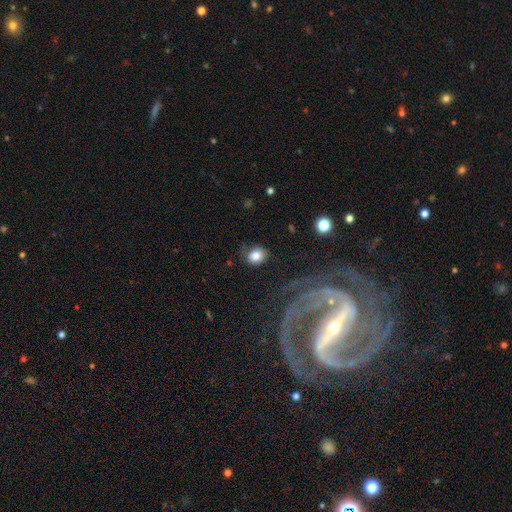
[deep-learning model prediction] Morphology: type=smooth (81%); roundness=round (67%); merging=none (79%).